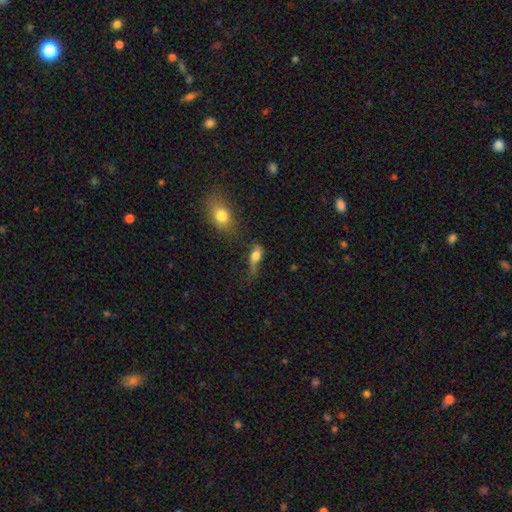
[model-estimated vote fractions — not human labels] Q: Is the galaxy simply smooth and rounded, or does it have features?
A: smooth — 60%.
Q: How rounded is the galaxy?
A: in between — 67%.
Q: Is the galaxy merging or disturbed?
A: none — 34%.